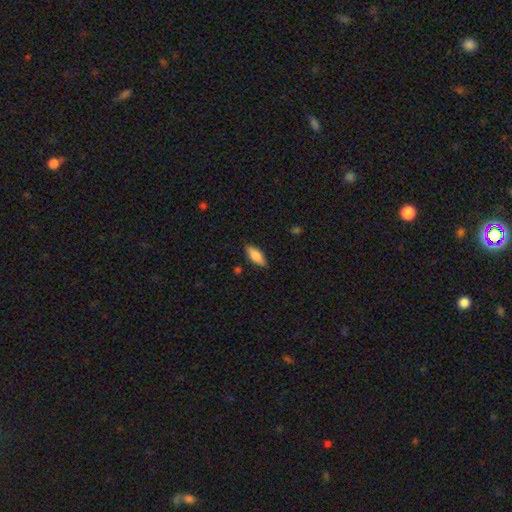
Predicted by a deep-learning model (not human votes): This appears to be a smooth galaxy with no disk features (82%) that is in between round and cigar-shaped (77%). Merging: none (80%).